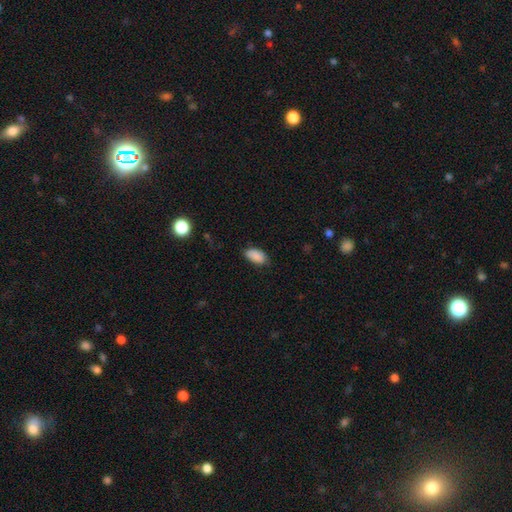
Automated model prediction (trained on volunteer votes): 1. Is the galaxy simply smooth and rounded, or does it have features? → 88% smooth, 8% star or artifact, 5% featured or disk.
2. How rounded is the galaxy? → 93% in between, 4% round, 2% cigar-shaped.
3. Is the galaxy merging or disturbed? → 72% none, 23% minor disturbance, 4% major disturbance, 1% merger.